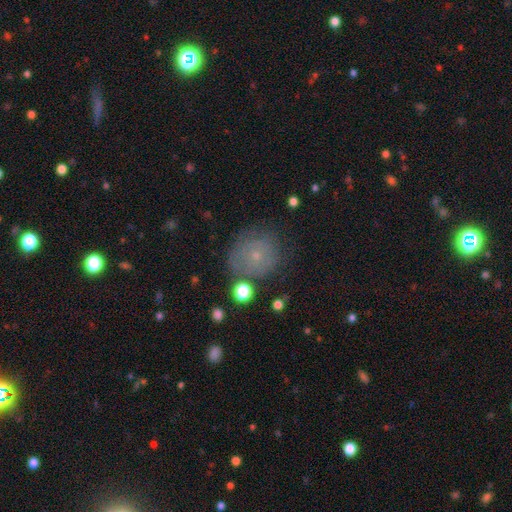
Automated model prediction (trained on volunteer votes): Smooth or featured? smooth (58%)
How rounded? round (86%)
Merging? none (73%)